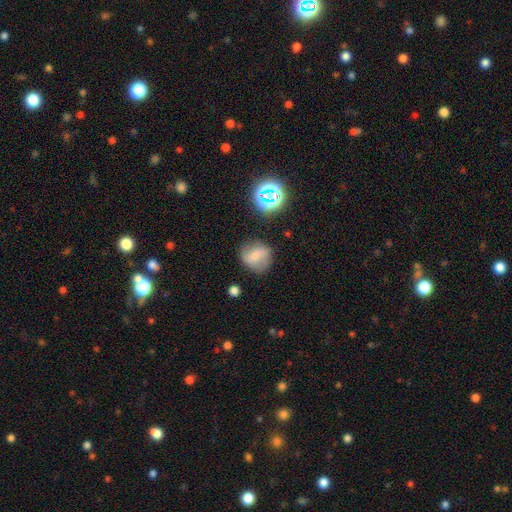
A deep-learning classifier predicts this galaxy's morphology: Smooth or featured? smooth (61%)
How rounded? round (79%)
Merging? none (72%)